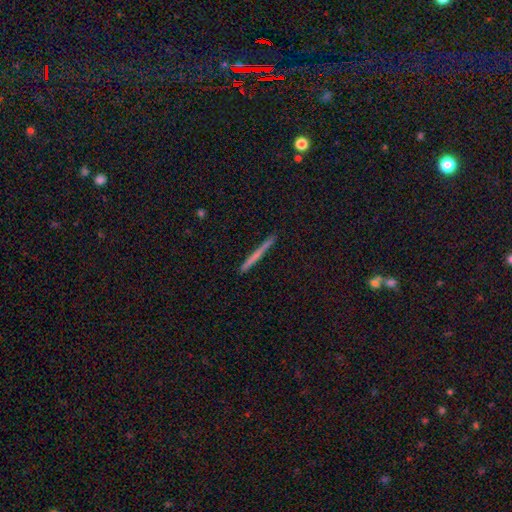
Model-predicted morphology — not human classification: Smooth or featured: smooth — 55% (featured or disk — 37%)
How rounded: cigar-shaped — 96% (in between — 2%)
Merging: none — 91% (minor disturbance — 6%)